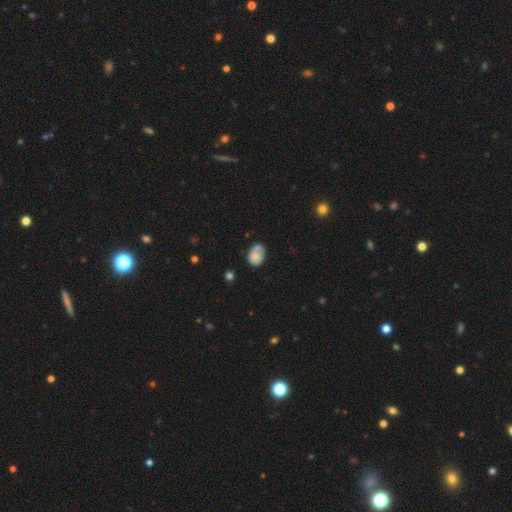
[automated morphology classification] A smooth galaxy with no disk features (75%) that is in between round and cigar-shaped (63%). Merging: none (47%).